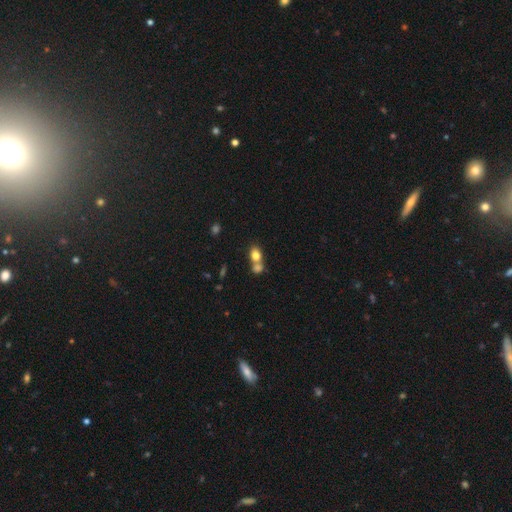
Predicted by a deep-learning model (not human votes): A smooth galaxy with no disk features (79%) that is in between round and cigar-shaped (57%).

Vote fractions:
- Smooth or featured? smooth: 79% / featured or disk: 11% / star or artifact: 10%
- How rounded? in between: 57% / round: 41% / cigar-shaped: 2%
- Merging? merger: 55% / none: 34% / minor disturbance: 8% / major disturbance: 4%